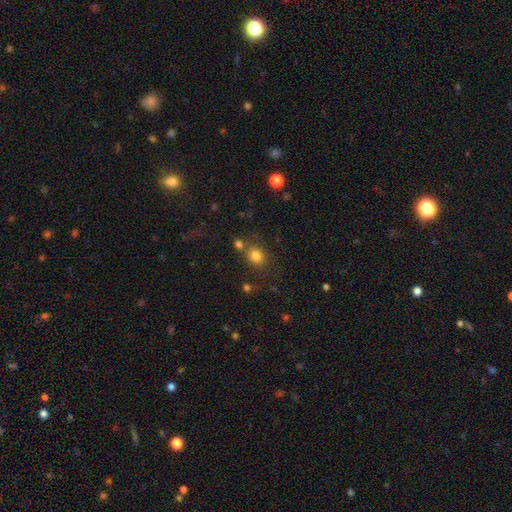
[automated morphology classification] A smooth galaxy with no disk features (80%) that is round (65%).

Vote fractions:
- Smooth or featured? smooth: 80% / star or artifact: 13% / featured or disk: 7%
- How rounded? round: 65% / in between: 34% / cigar-shaped: 1%
- Merging? none: 67% / merger: 16% / minor disturbance: 11% / major disturbance: 5%